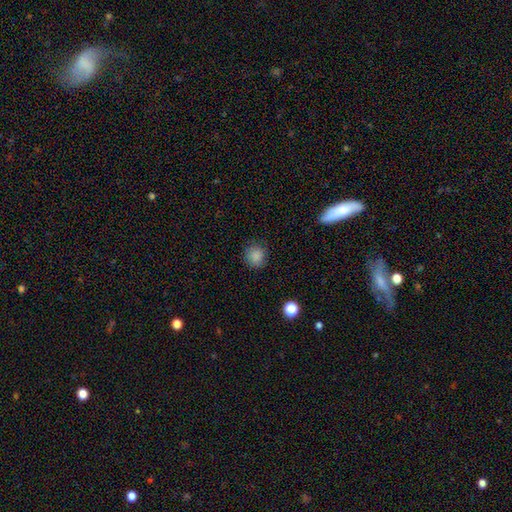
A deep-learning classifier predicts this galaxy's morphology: Smooth or featured: smooth — 86% (star or artifact — 11%)
How rounded: round — 90% (in between — 9%)
Merging: none — 86% (minor disturbance — 10%)